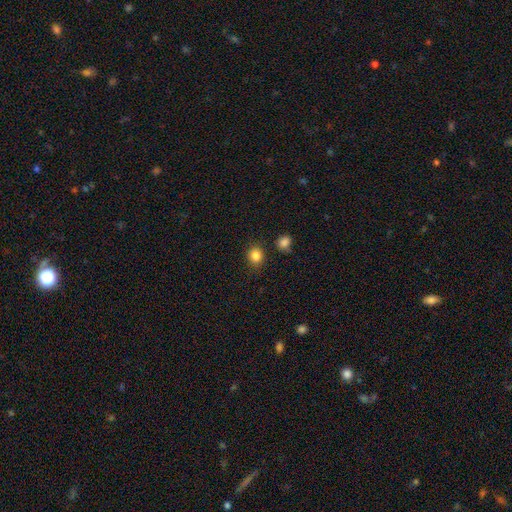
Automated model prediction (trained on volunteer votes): The model was most divided on "how rounded": round: 78%, in between: 21%, cigar-shaped: 1%. More confident: smooth or featured — smooth (84%); merging — none (84%).